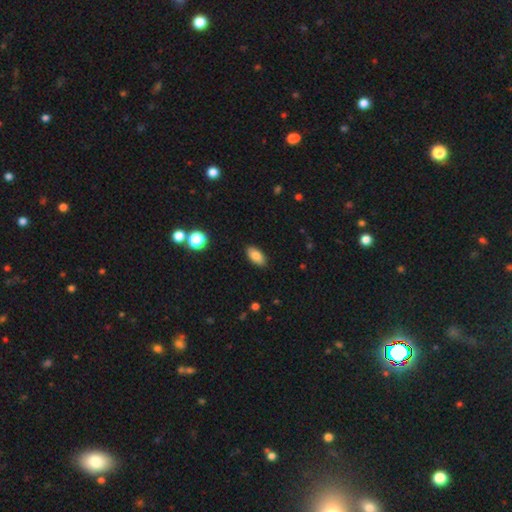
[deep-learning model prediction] Smooth or featured: smooth — 85% (star or artifact — 8%)
How rounded: in between — 91% (cigar-shaped — 5%)
Merging: none — 88% (minor disturbance — 9%)